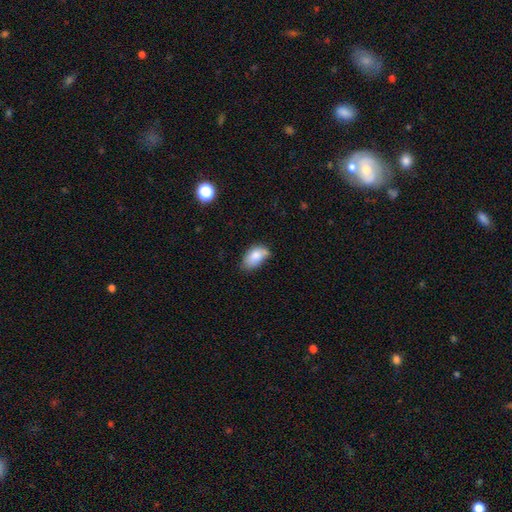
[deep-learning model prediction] smooth_or_featured: smooth (p=0.81) [alt: featured or disk p=0.11]
how_rounded: in between (p=0.92) [alt: round p=0.06]
merging: none (p=0.50) [alt: minor disturbance p=0.35]